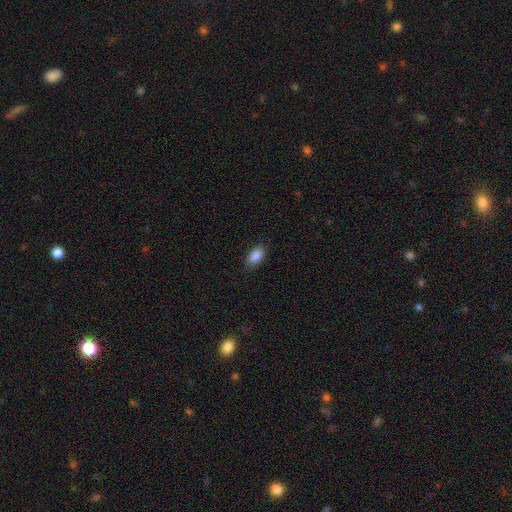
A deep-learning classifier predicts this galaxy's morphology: Q: Smooth or featured?
A: smooth (87%); runner-up: star or artifact (7%)
Q: How rounded?
A: in between (91%); runner-up: round (6%)
Q: Merging?
A: none (83%); runner-up: minor disturbance (13%)